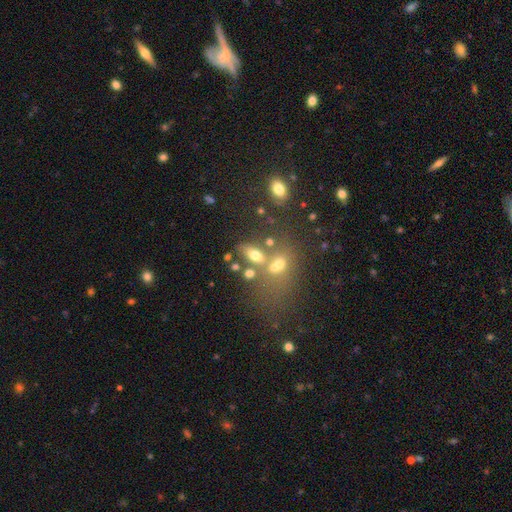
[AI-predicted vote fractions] smooth_or_featured: smooth (p=0.59) [alt: featured or disk p=0.23]
how_rounded: in between (p=0.75) [alt: round p=0.16]
merging: none (p=0.40) [alt: merger p=0.39]